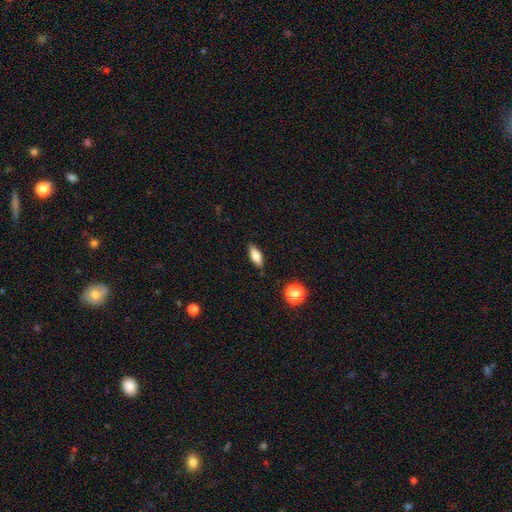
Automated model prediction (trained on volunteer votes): A smooth galaxy with no disk features (73%) that is in between round and cigar-shaped (72%). Merging: none (84%).